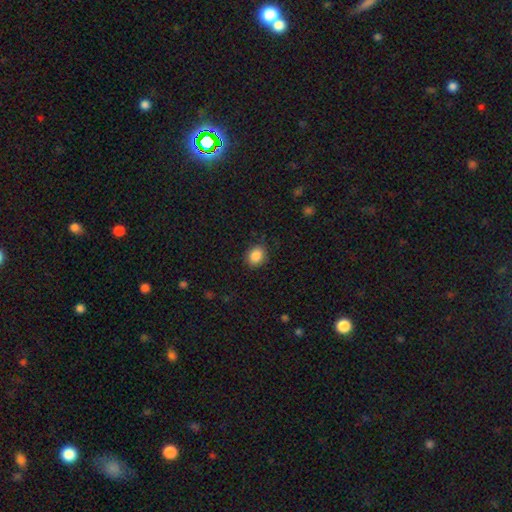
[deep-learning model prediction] Overall: smooth (88%). How rounded: in between (51%; round 48%). Merging: none (82%).